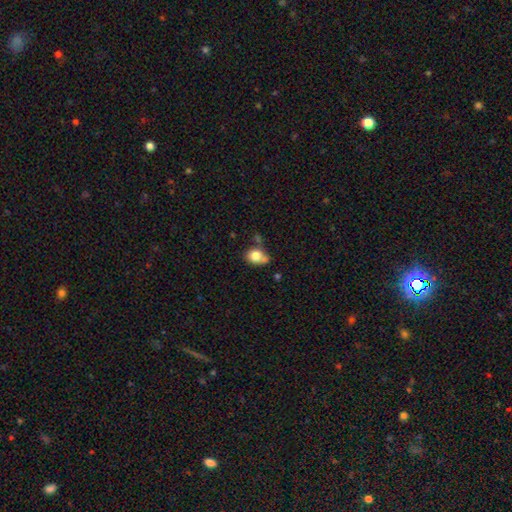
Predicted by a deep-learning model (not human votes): The model was most divided on "how rounded": in between: 56%, round: 43%, cigar-shaped: 1%. Remaining: smooth or featured — smooth (79%); merging — none (46%).